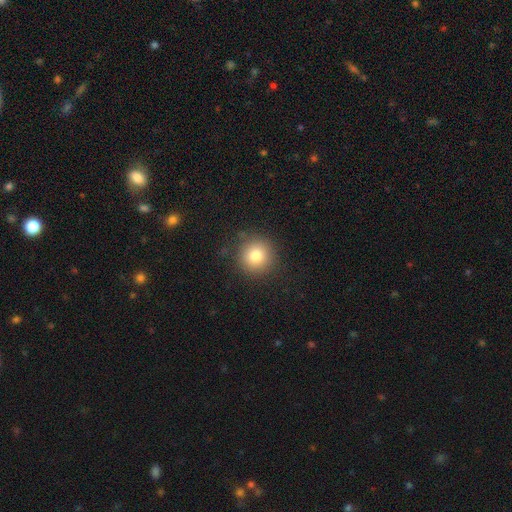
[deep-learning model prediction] Smooth or featured: smooth — 80% (star or artifact — 11%)
How rounded: round — 94% (in between — 5%)
Merging: none — 88% (minor disturbance — 8%)